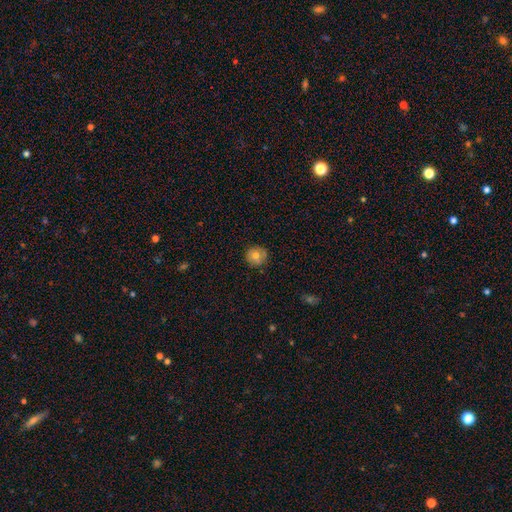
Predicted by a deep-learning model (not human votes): Overall: smooth (73%). How rounded: round (93%). Merging: none (86%).